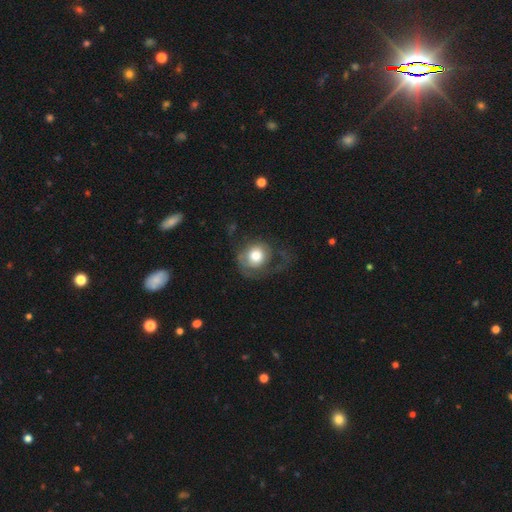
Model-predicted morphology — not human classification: A smooth galaxy with no disk features (58%) that is round (81%). Merging: major disturbance (39%).